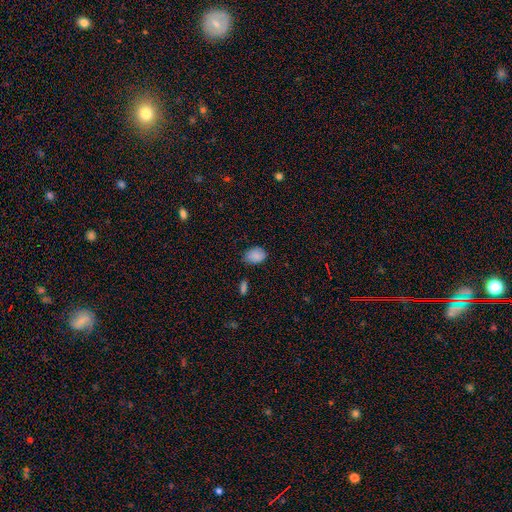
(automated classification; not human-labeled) The model was most divided on "merging": none: 67%, minor disturbance: 26%, major disturbance: 4%, merger: 2%. More confident: smooth or featured — smooth (85%); how rounded — in between (78%).